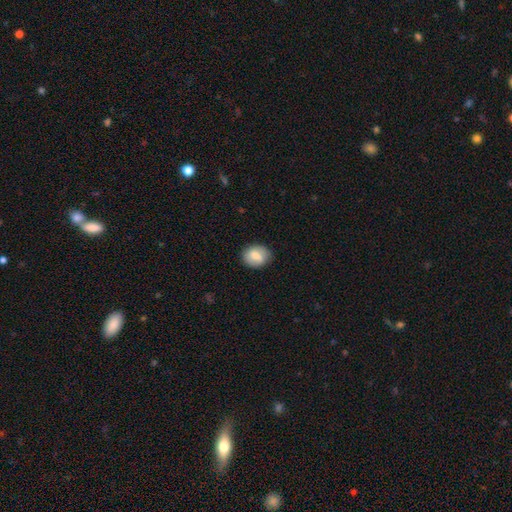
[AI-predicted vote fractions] Smooth or featured?
  - smooth: 74% *
  - featured or disk: 18%
  - star or artifact: 7%
How rounded?
  - in between: 59% *
  - round: 40%
  - cigar-shaped: 1%
Merging?
  - none: 81% *
  - minor disturbance: 15%
  - major disturbance: 3%
  - merger: 1%